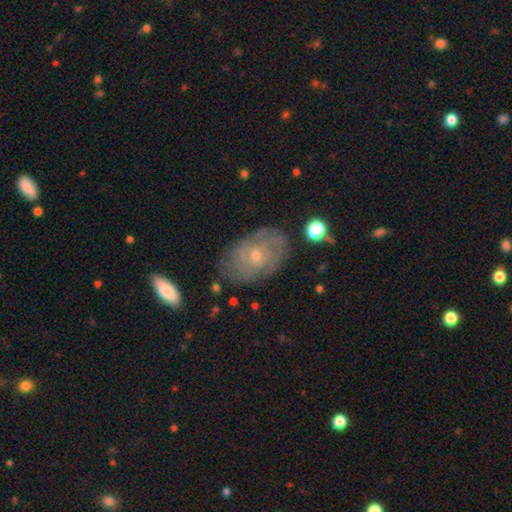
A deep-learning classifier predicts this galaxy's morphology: Smooth or featured: featured or disk — 69% (smooth — 23%)
Edge-on disk: no — 95% (yes — 5%)
Bar: no — 78% (weak — 19%)
Spiral arms: yes — 82% (no — 18%)
Spiral winding: tight — 66% (medium — 25%)
Spiral arm count: can't tell — 57% (2 — 16%)
Bulge size: small — 64% (moderate — 32%)
Merging: none — 75% (minor disturbance — 17%)